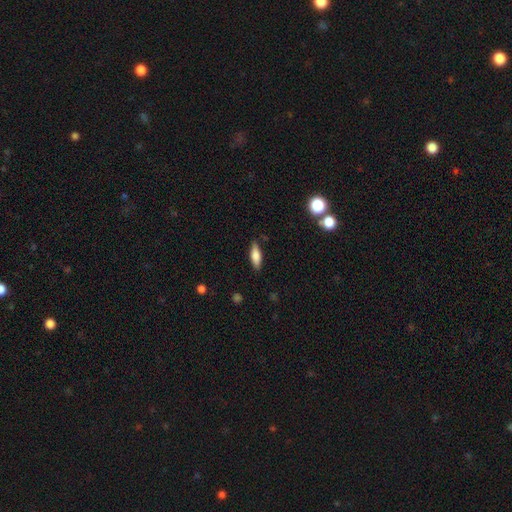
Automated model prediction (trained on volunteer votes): A smooth galaxy with no disk features (75%) that is in between round and cigar-shaped (58%). Merging: none (85%).